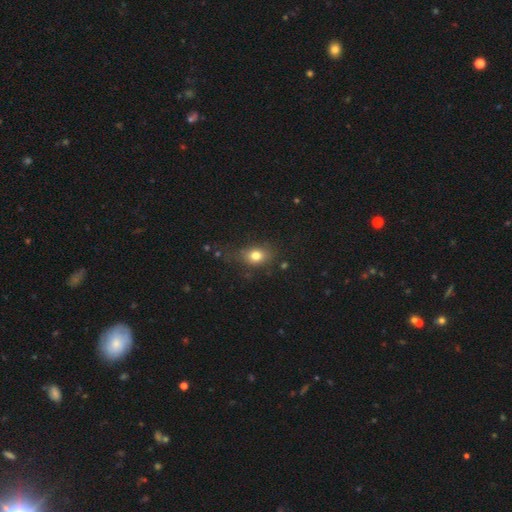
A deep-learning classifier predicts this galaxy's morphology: Smooth or featured? Predicted: smooth (p=0.77). How rounded? Predicted: in between (p=0.59). Merging? Predicted: none (p=0.69).